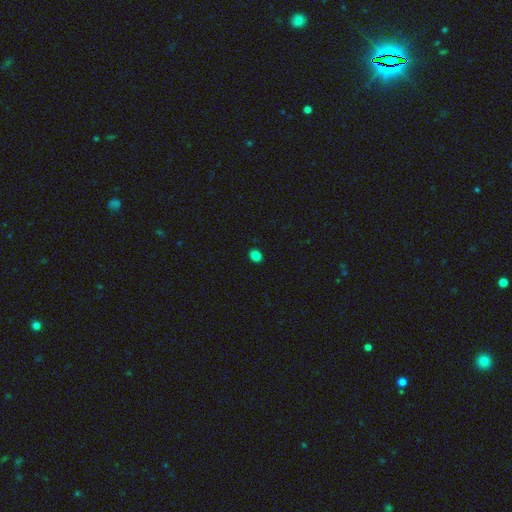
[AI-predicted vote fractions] smooth-or-featured: smooth: 85% | star or artifact: 12% | featured or disk: 4%
  how-rounded: in between: 52% | round: 47% | cigar-shaped: 1%
  merging: none: 91% | minor disturbance: 6% | major disturbance: 2% | merger: 1%